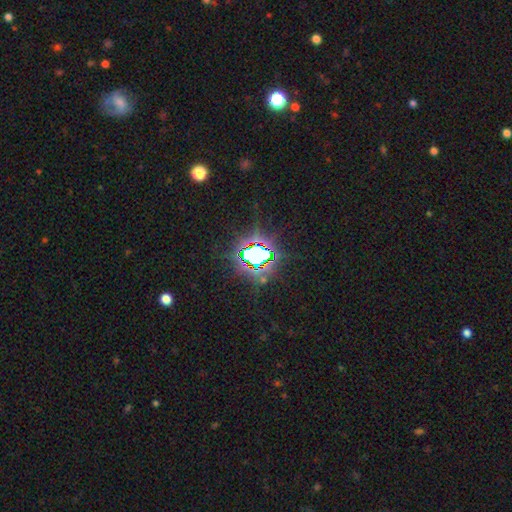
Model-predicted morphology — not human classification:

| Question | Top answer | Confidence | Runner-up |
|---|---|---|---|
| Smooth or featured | star or artifact | 76% | smooth (13%) |